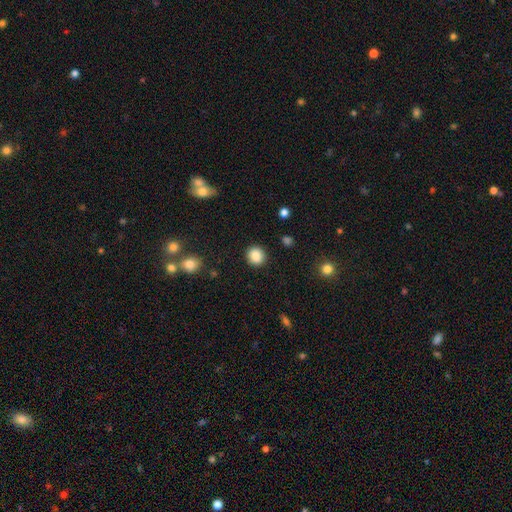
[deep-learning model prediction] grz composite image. It shows a smooth galaxy with no disk features (88%) that is round (85%). Merging: none (90%).